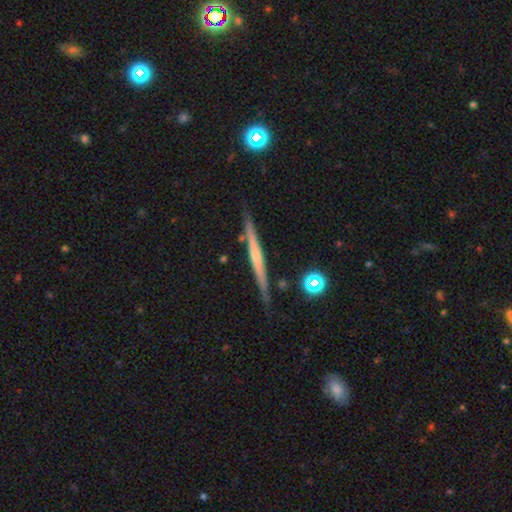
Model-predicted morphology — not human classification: Q: Smooth or featured?
A: featured or disk (63%); runner-up: smooth (30%)
Q: Edge-on disk?
A: yes (97%); runner-up: no (3%)
Q: Edge-on bulge?
A: none (52%); runner-up: rounded (40%)
Q: Merging?
A: none (84%); runner-up: minor disturbance (11%)